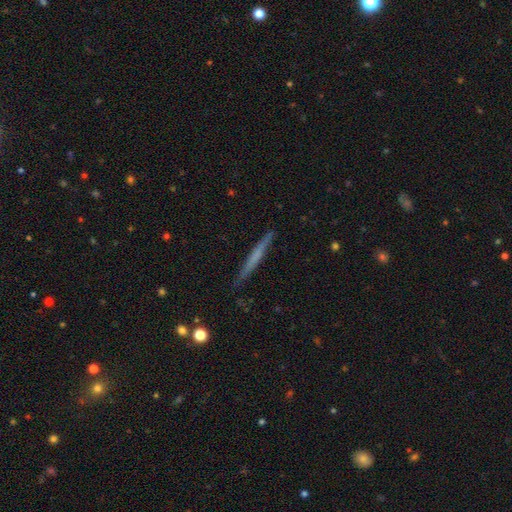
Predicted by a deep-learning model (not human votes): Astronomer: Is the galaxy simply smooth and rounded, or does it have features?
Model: featured or disk — 48% (runner-up: smooth, 46%).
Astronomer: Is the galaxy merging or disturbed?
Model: none — 87%.